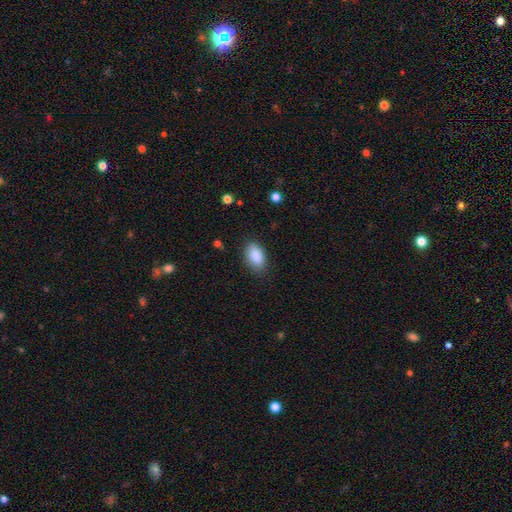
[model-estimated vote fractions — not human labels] A smooth galaxy with no disk features (89%) that is in between round and cigar-shaped (93%). Merging: none (81%).